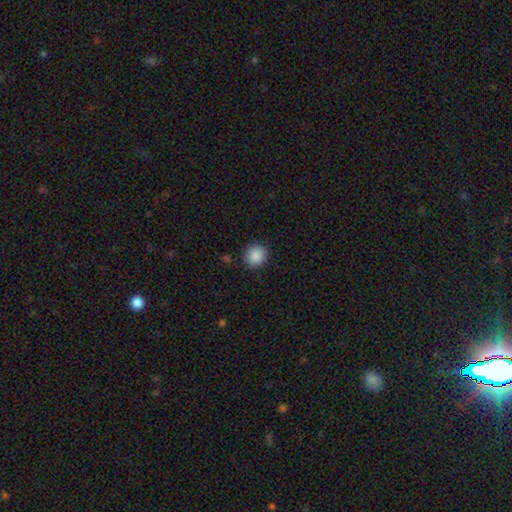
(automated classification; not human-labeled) Smooth or featured: smooth — 88% (star or artifact — 8%)
How rounded: round — 86% (in between — 13%)
Merging: none — 89% (minor disturbance — 8%)